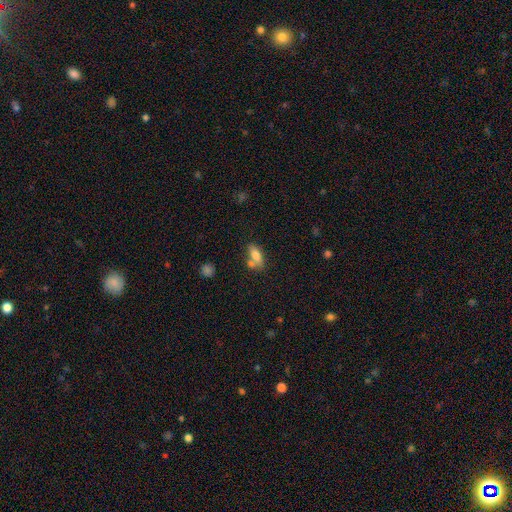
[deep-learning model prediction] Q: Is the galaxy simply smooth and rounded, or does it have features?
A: smooth — 77%.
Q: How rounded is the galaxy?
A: in between — 78%.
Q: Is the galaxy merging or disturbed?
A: none — 54%.